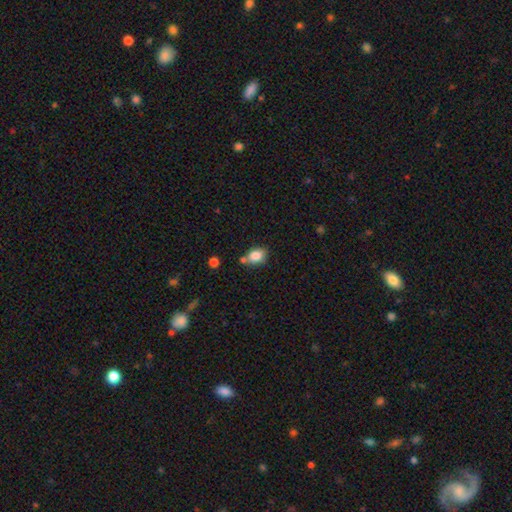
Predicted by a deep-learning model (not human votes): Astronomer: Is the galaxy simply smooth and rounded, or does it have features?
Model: smooth — 83%.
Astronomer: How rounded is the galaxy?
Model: in between — 61% (runner-up: round, 38%).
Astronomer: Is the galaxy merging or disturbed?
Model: none — 60%.